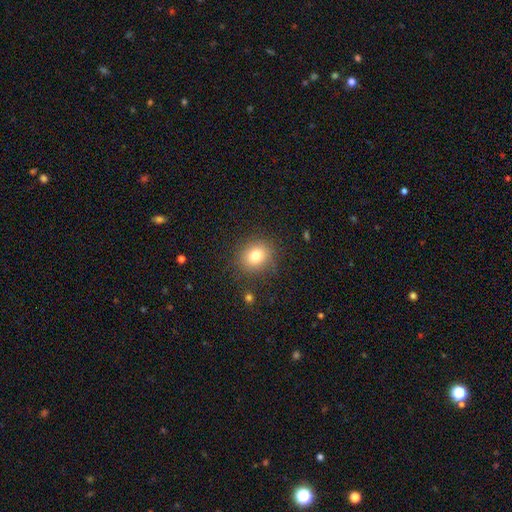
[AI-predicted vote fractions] Smooth or featured? smooth (78%)
How rounded? round (76%)
Merging? none (85%)